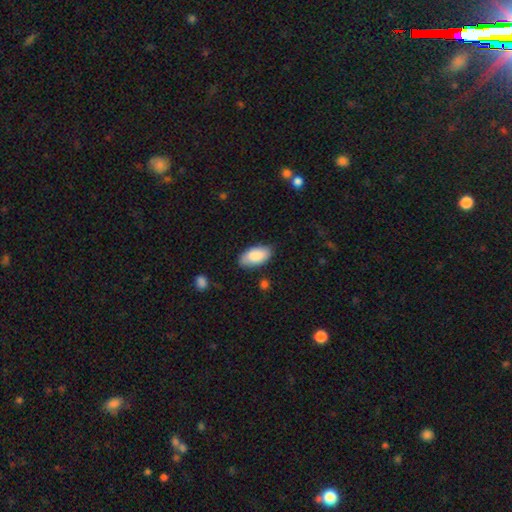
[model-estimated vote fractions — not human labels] A smooth galaxy with no disk features (87%) that is in between round and cigar-shaped (95%). Merging: none (80%).